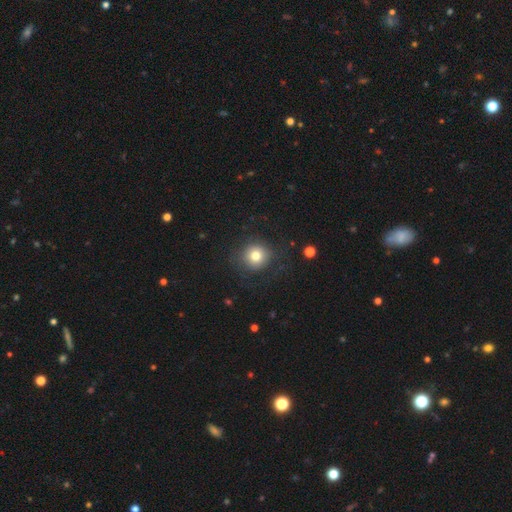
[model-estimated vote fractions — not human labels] Smooth or featured? smooth (77%)
How rounded? round (91%)
Merging? none (80%)